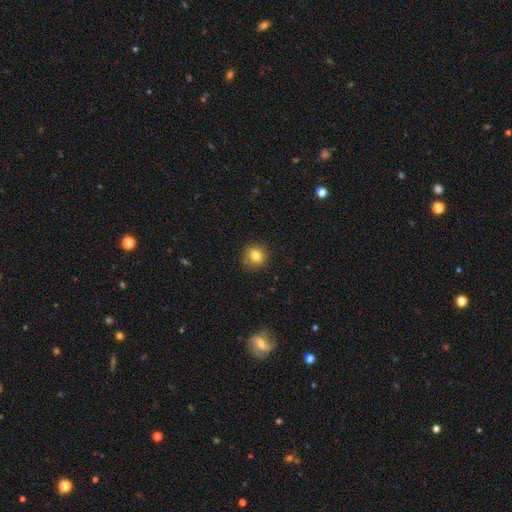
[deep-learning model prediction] Overall: smooth (81%). How rounded: round (88%). Merging: none (85%).